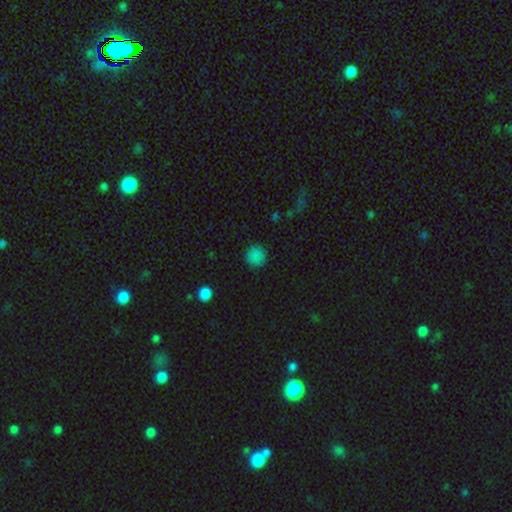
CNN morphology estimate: Overall: smooth (85%). How rounded: round (94%). Merging: none (88%).